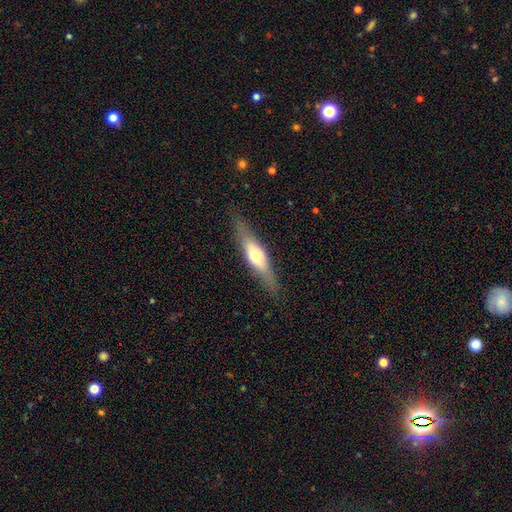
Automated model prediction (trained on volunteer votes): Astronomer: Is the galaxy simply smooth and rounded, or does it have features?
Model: featured or disk — 53% (runner-up: smooth, 41%).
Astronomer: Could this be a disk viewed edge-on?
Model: yes — 87%.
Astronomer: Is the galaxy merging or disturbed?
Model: none — 83%.